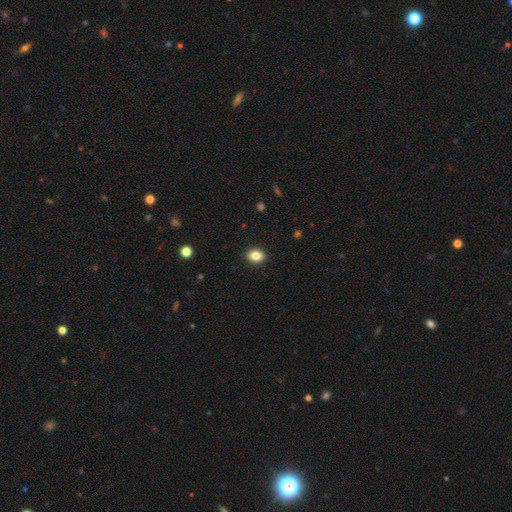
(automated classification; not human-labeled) Morphology: type=smooth (85%); roundness=in between (67%); merging=none (90%).